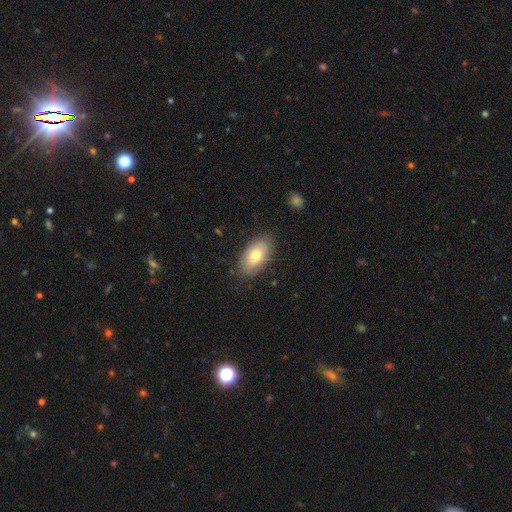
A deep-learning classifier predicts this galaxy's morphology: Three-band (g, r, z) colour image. It shows a smooth galaxy with no disk features (73%) that is in between round and cigar-shaped (93%). Merging: none (83%).